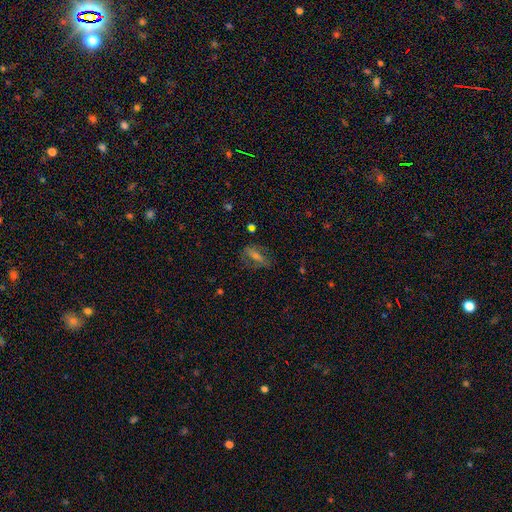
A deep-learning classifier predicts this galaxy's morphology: smooth_or_featured: featured or disk (p=0.42) [alt: smooth p=0.37]
merging: none (p=0.71) [alt: minor disturbance p=0.17]